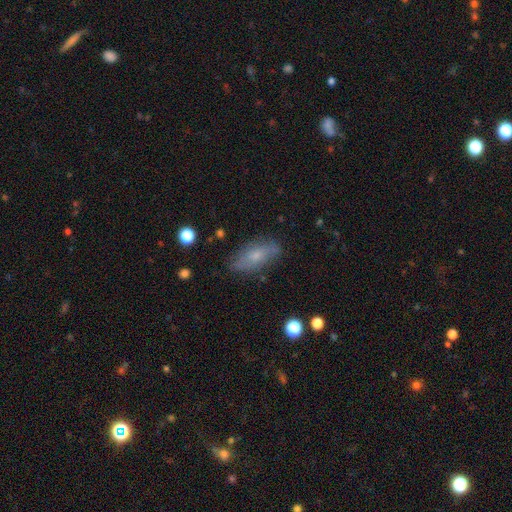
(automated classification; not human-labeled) Smooth or featured?
  - smooth: 62% *
  - featured or disk: 30%
  - star or artifact: 8%
How rounded?
  - in between: 76% *
  - cigar-shaped: 20%
  - round: 4%
Merging?
  - none: 78% *
  - minor disturbance: 16%
  - major disturbance: 4%
  - merger: 2%